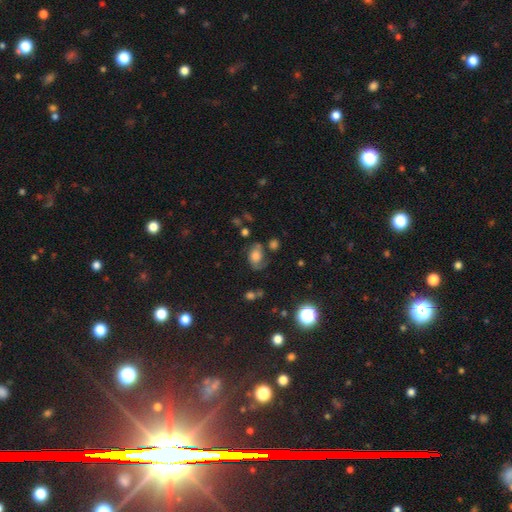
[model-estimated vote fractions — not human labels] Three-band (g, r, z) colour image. It shows a featured or disk galaxy (45%). Merging: none (44%).